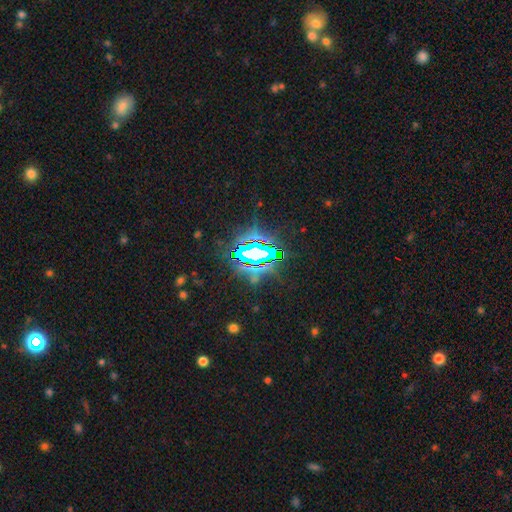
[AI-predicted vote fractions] A star or artifact, not a galaxy (78%).

Vote fractions:
- Smooth or featured? star or artifact: 78% / smooth: 11% / featured or disk: 11%